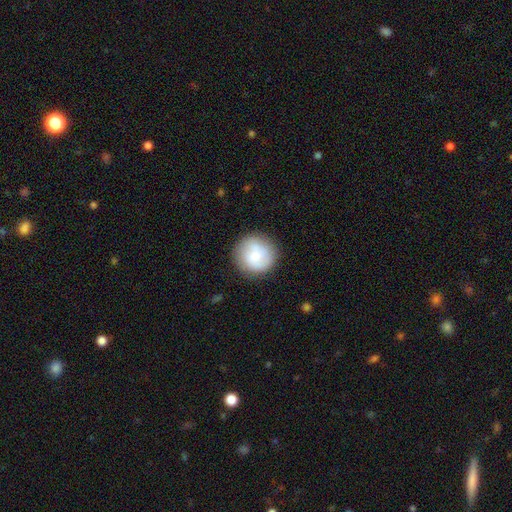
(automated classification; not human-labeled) The model was most divided on "smooth or featured": smooth: 64%, featured or disk: 29%, star or artifact: 7%. More confident: how rounded — round (94%); merging — none (80%).